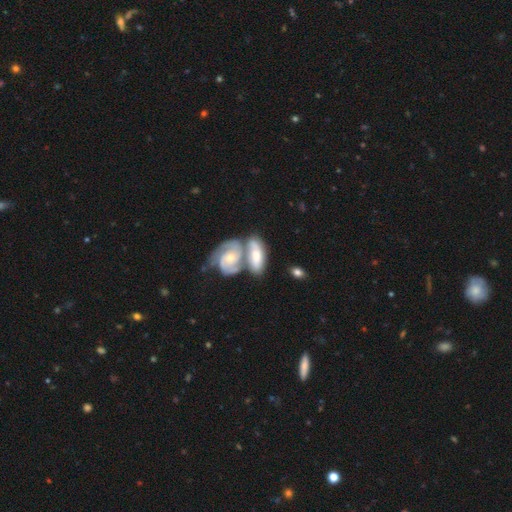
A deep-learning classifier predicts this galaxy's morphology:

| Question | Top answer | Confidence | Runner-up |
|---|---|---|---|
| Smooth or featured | featured or disk | 59% | smooth (36%) |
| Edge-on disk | no | 90% | yes (10%) |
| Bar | no | 58% | weak (30%) |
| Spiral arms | yes | 88% | no (12%) |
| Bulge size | small | 46% | moderate (43%) |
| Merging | merger | 57% | none (26%) |